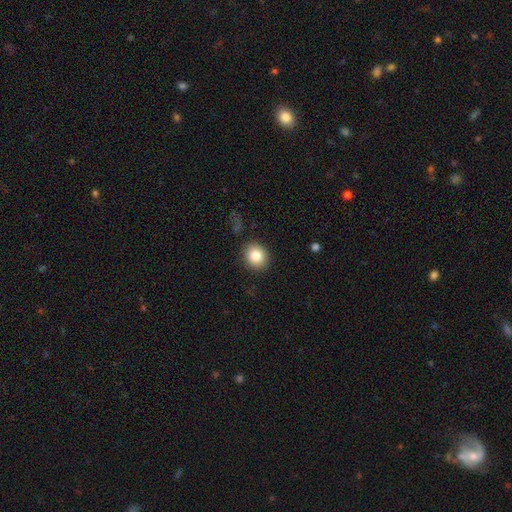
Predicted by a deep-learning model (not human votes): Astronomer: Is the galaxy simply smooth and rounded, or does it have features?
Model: smooth — 83%.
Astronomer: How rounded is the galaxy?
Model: round — 72%.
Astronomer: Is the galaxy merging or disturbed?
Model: none — 87%.